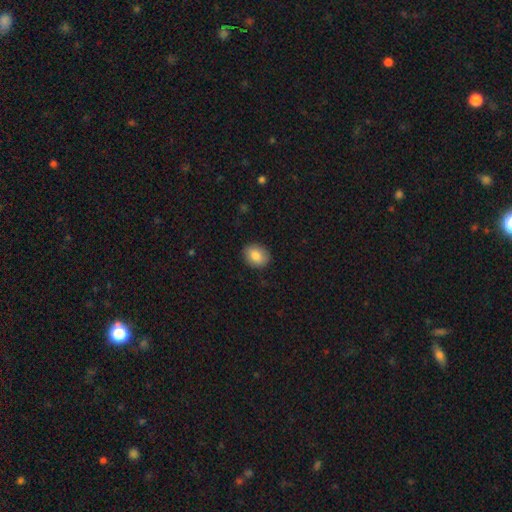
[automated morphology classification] smooth-or-featured: smooth: 84% | featured or disk: 8% | star or artifact: 8%
  how-rounded: in between: 54% | round: 45% | cigar-shaped: 1%
  merging: none: 88% | minor disturbance: 9% | major disturbance: 2% | merger: 1%